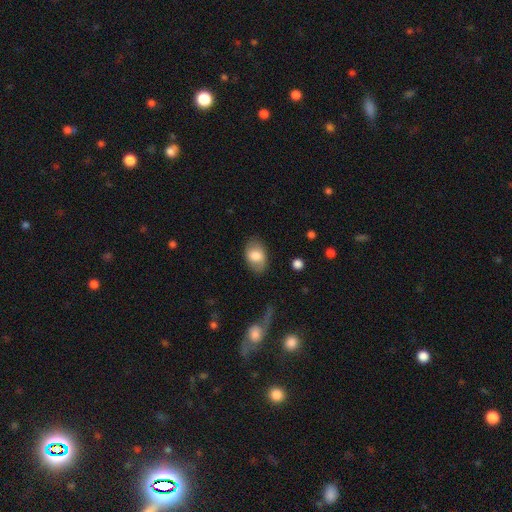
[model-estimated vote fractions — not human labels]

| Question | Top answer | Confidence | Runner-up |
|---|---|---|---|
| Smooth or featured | smooth | 75% | featured or disk (18%) |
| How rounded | in between | 87% | round (12%) |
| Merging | none | 78% | minor disturbance (16%) |